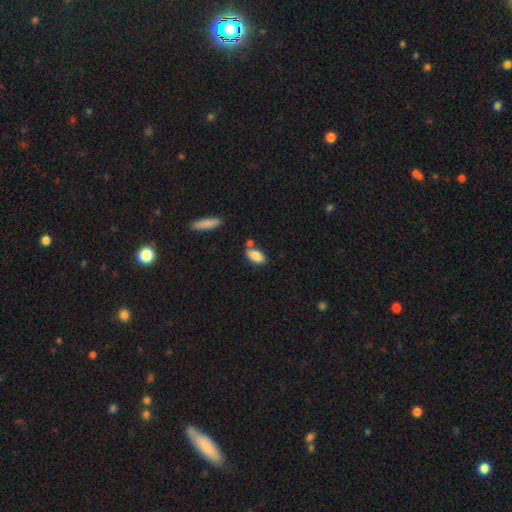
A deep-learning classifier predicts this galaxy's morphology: smooth-or-featured: smooth: 86% | star or artifact: 7% | featured or disk: 7%
  how-rounded: in between: 88% | cigar-shaped: 8% | round: 3%
  merging: none: 67% | minor disturbance: 15% | merger: 14% | major disturbance: 3%